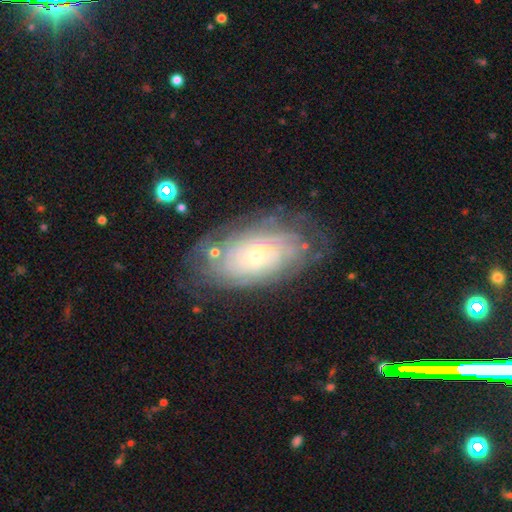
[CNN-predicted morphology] This is likely a featured or disk galaxy (77%). It is clearly not viewed edge-on (94%). Bar: clearly no (81%). Spiral arm pattern: clearly yes (89%). Spiral arm count: possibly can't tell (55%). Spiral winding: clearly tight (80%). Central bulge: likely small (69%). Merging: likely none (72%).